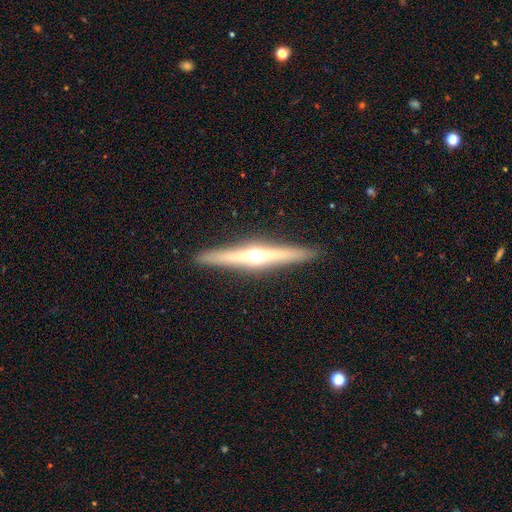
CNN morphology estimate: Q: Smooth or featured?
A: featured or disk (77%); runner-up: smooth (17%)
Q: Edge-on disk?
A: yes (98%); runner-up: no (2%)
Q: Edge-on bulge?
A: rounded (95%); runner-up: none (3%)
Q: Merging?
A: none (92%); runner-up: minor disturbance (5%)